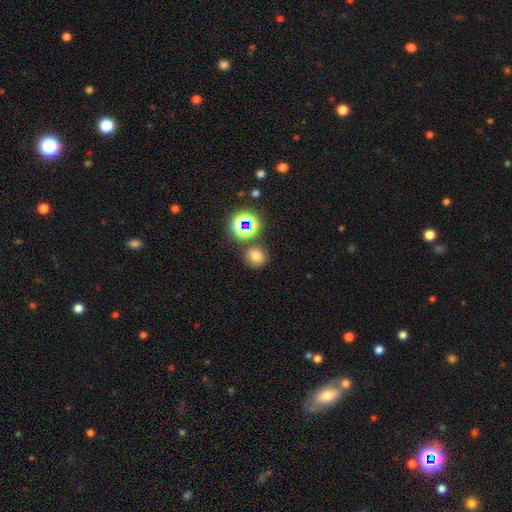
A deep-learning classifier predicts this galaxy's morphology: Smooth or featured: smooth — 69% (star or artifact — 23%)
How rounded: round — 81% (in between — 18%)
Merging: none — 77% (merger — 10%)